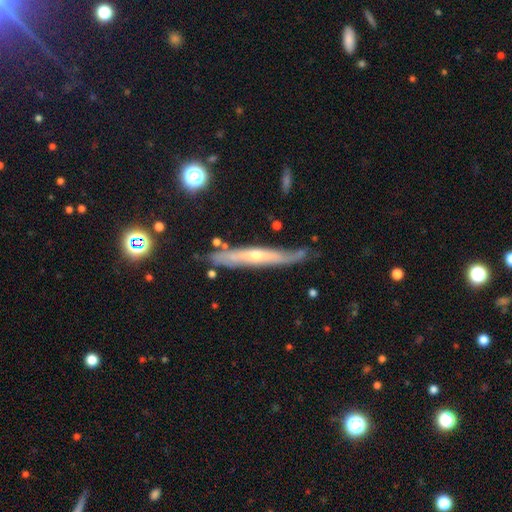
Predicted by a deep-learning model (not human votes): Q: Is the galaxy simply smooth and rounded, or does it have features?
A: featured or disk — 68%.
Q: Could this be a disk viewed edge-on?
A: yes — 84%.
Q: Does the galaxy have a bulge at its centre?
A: rounded — 67%.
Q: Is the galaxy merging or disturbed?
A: none — 69%.